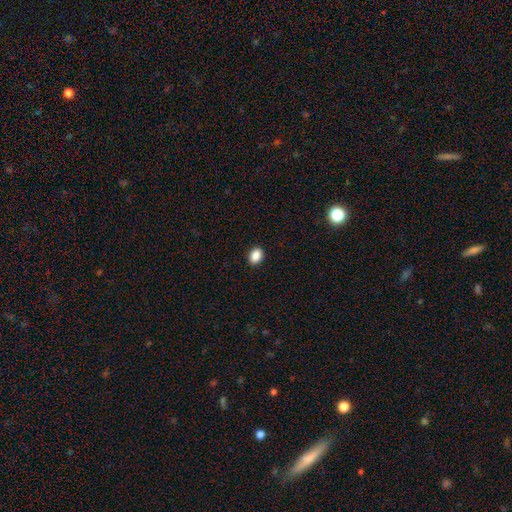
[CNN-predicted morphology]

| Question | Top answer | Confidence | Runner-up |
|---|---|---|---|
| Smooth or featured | smooth | 88% | star or artifact (9%) |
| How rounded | in between | 69% | round (30%) |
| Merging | none | 91% | minor disturbance (7%) |